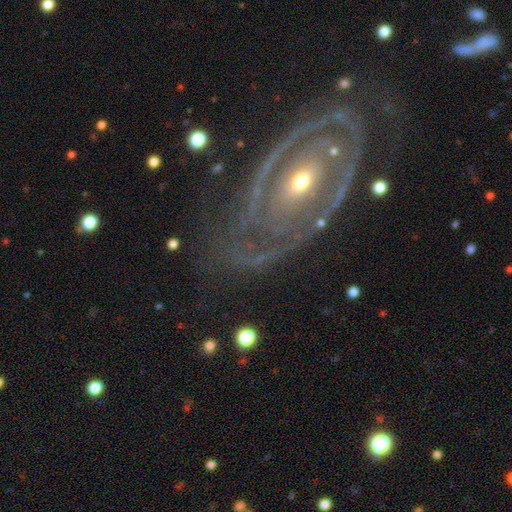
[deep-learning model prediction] smooth_or_featured: featured or disk (p=0.87) [alt: smooth p=0.07]
disk_edge_on: no (p=0.95) [alt: yes p=0.05]
bar: no (p=0.63) [alt: weak p=0.22]
has_spiral_arms: yes (p=0.88) [alt: no p=0.12]
spiral_winding: tight (p=0.68) [alt: medium p=0.25]
spiral_arm_count: 2 (p=0.47) [alt: can't tell p=0.22]
bulge_size: small (p=0.52) [alt: moderate p=0.43]
merging: none (p=0.72) [alt: minor disturbance p=0.16]